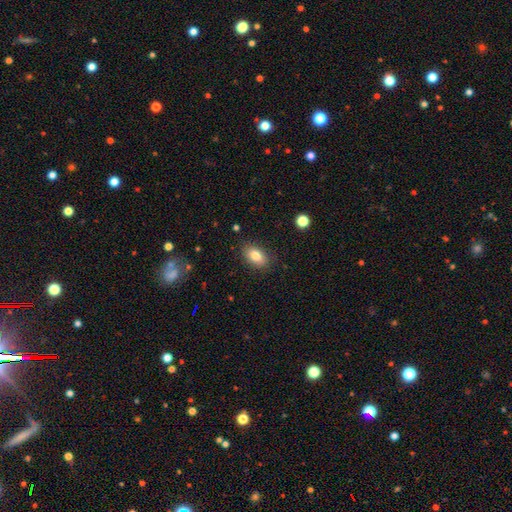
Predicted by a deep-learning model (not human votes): smooth 83%, featured or disk 9%, star or artifact 8%. Down the decision tree: how rounded — in between (90%); merging — none (86%).